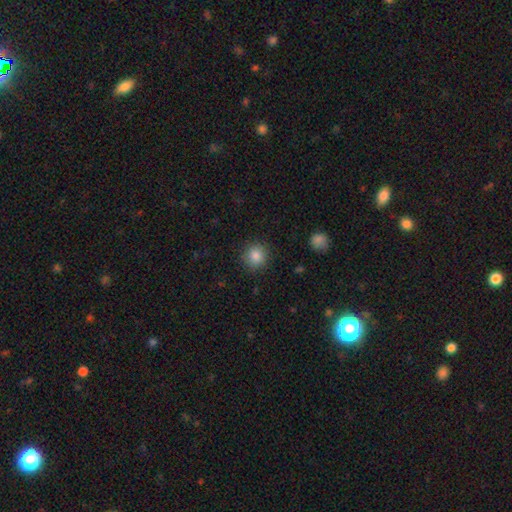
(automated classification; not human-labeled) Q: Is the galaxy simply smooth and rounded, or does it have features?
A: smooth — 85%.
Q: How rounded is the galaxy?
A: round — 93%.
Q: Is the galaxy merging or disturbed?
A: none — 90%.